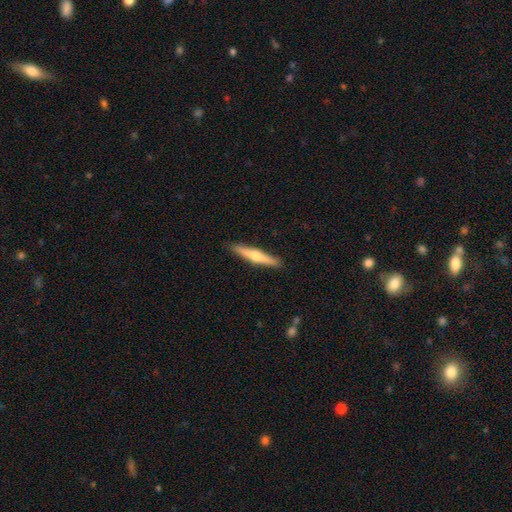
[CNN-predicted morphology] Smooth or featured: featured or disk — 56% (smooth — 39%)
Edge-on disk: yes — 97% (no — 3%)
Edge-on bulge: rounded — 90% (none — 6%)
Merging: none — 91% (minor disturbance — 6%)